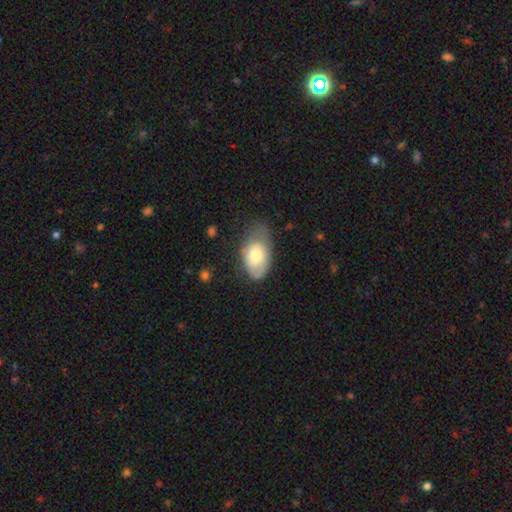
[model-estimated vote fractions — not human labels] smooth_or_featured: smooth (p=0.69) [alt: featured or disk p=0.24]
how_rounded: in between (p=0.91) [alt: round p=0.07]
merging: none (p=0.41) [alt: minor disturbance p=0.39]